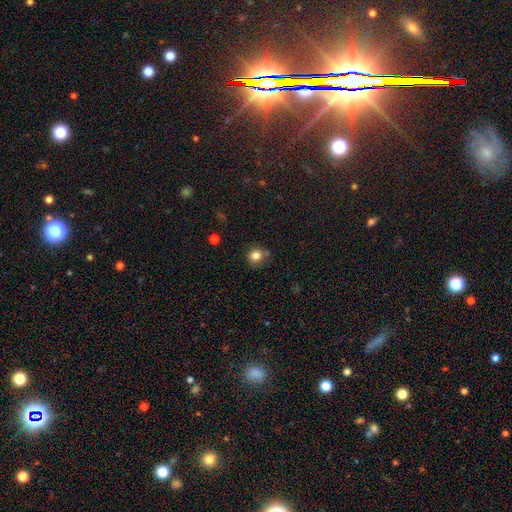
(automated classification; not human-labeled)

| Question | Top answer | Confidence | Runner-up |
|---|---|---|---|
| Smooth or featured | smooth | 82% | star or artifact (12%) |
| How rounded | round | 87% | in between (12%) |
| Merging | none | 74% | minor disturbance (15%) |